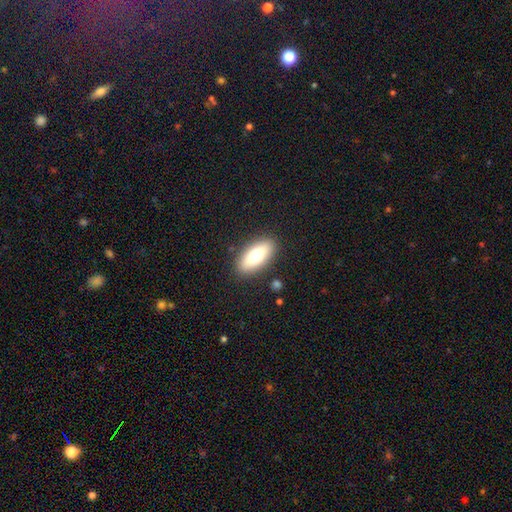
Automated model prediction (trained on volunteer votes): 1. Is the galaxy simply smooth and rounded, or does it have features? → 72% smooth, 21% featured or disk, 7% star or artifact.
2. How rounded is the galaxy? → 84% in between, 13% cigar-shaped, 3% round.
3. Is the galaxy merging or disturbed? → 87% none, 9% minor disturbance, 3% major disturbance, 2% merger.